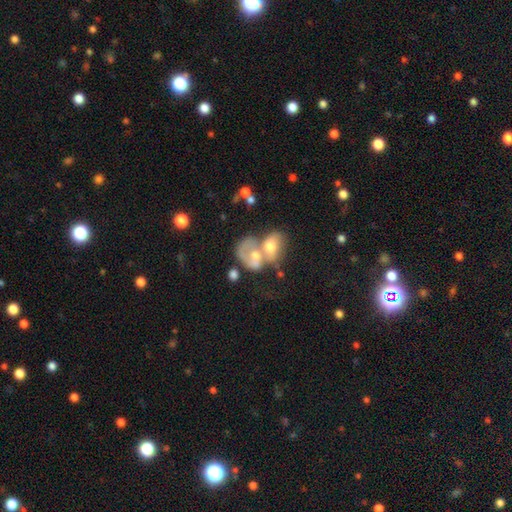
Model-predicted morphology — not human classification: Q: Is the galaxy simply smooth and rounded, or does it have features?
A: featured or disk — 48%.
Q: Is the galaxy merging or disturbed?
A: merger — 77%.